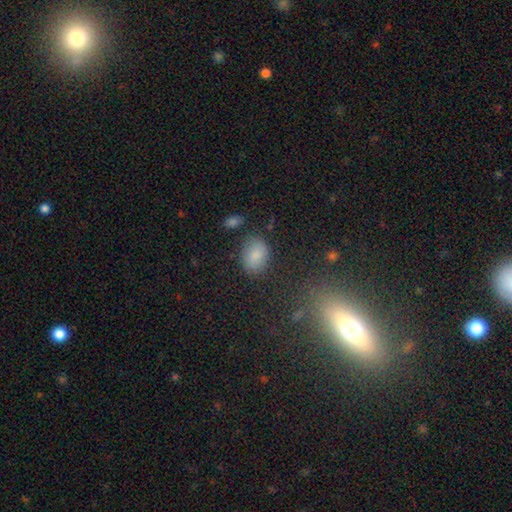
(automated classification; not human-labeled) This is clearly a smooth galaxy (83%). How rounded: likely in between (76%). Merging: likely none (77%).